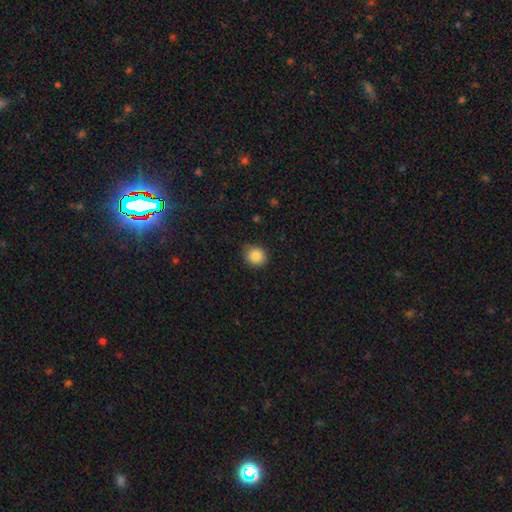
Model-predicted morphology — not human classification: type=smooth (86%); roundness=round (78%); merging=none (82%).